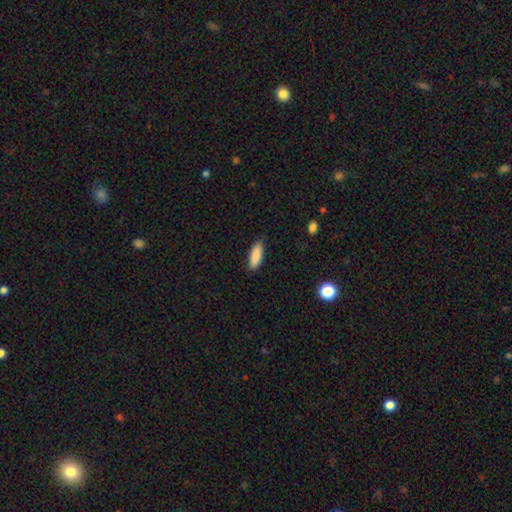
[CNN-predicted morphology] type=smooth (89%); roundness=in between (65%); merging=none (84%).